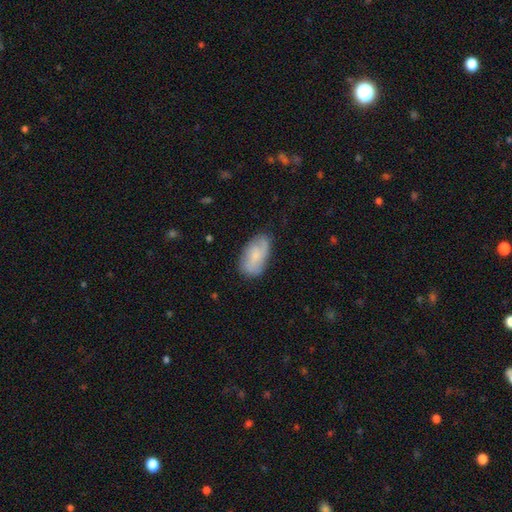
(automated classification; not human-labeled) Smooth or featured? smooth (54%)
How rounded? in between (92%)
Merging? none (70%)